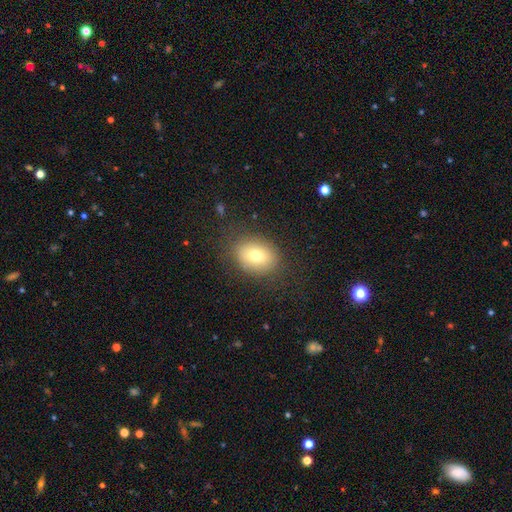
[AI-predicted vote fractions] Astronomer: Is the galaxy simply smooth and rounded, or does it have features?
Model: smooth — 75%.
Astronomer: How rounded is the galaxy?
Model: in between — 61% (runner-up: round, 38%).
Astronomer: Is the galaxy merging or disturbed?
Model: none — 82%.